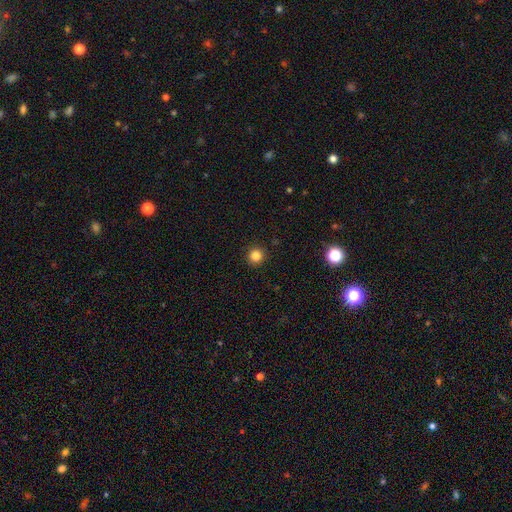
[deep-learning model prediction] smooth 84%, star or artifact 13%, featured or disk 4%. Down the decision tree: how rounded — round (95%); merging — none (92%).